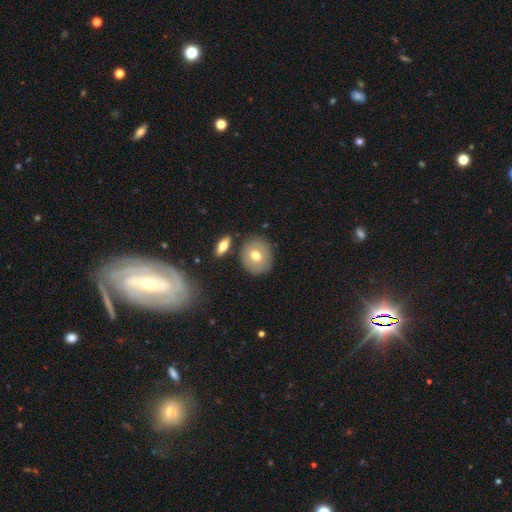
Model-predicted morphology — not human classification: Smooth or featured: smooth — 64% (featured or disk — 28%)
How rounded: round — 69% (in between — 30%)
Merging: none — 80% (minor disturbance — 11%)